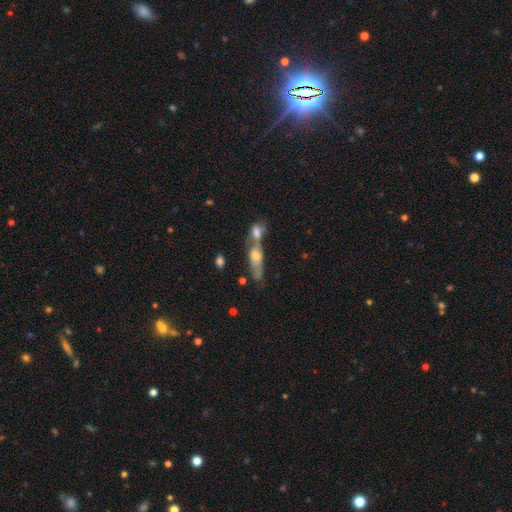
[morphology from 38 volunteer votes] Smooth or featured? smooth (55%)
How rounded? in between (52%)
Merging? merger (61%)